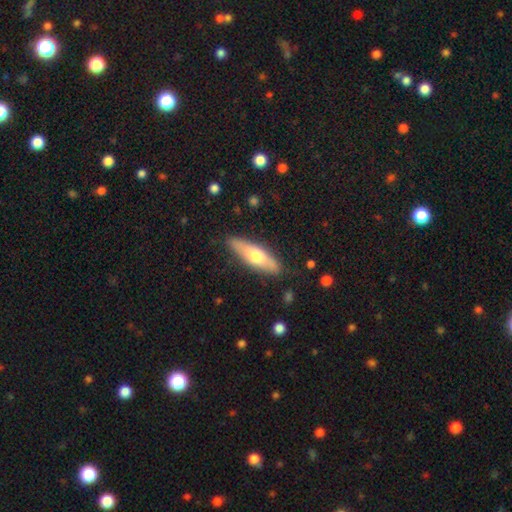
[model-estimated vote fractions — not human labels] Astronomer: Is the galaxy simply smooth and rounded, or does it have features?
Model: smooth — 58% (runner-up: featured or disk, 37%).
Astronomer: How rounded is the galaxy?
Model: cigar-shaped — 52% (runner-up: in between, 46%).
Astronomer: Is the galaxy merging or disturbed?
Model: none — 83%.